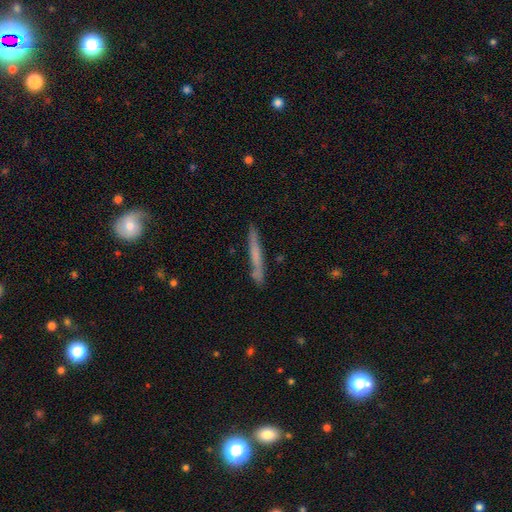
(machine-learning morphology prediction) smooth 51%, featured or disk 42%, star or artifact 7%. Down the decision tree: how rounded — cigar-shaped (96%); merging — none (84%).